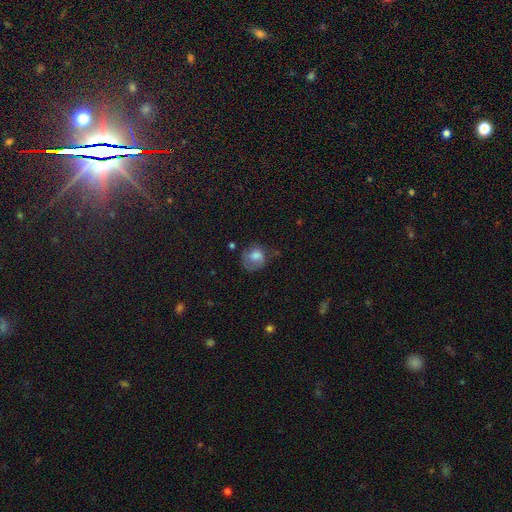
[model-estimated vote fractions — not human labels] smooth 60%, featured or disk 31%, star or artifact 9%. Down the decision tree: how rounded — round (70%); merging — none (45%).